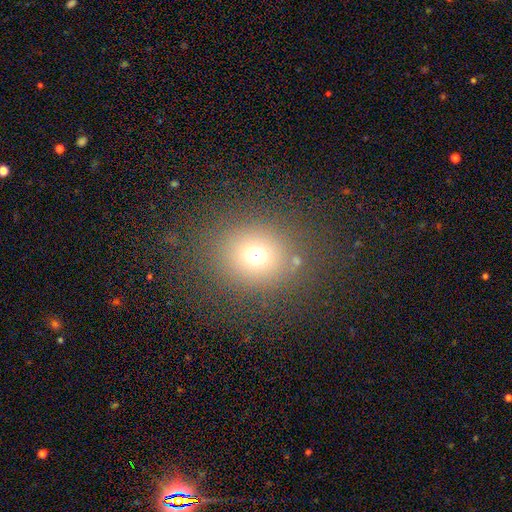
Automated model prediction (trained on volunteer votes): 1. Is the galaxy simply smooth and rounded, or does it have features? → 66% smooth, 23% star or artifact, 11% featured or disk.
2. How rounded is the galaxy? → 79% round, 20% in between, 1% cigar-shaped.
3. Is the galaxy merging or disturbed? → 74% none, 10% minor disturbance, 8% merger, 7% major disturbance.